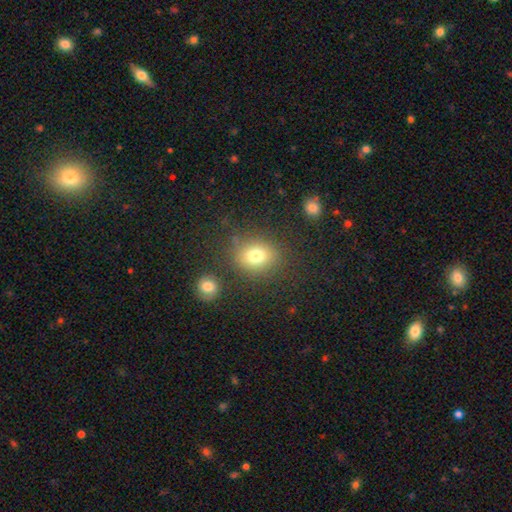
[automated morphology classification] A smooth galaxy with no disk features (76%) that is round (66%). Merging: none (79%).